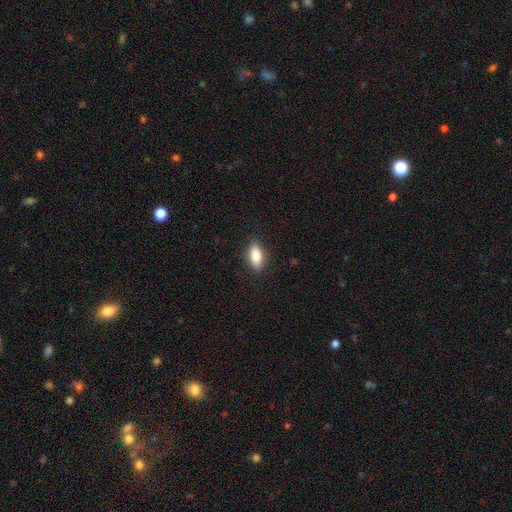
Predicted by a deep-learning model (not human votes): Smooth or featured?
  - smooth: 84% *
  - featured or disk: 10%
  - star or artifact: 7%
How rounded?
  - in between: 84% *
  - cigar-shaped: 12%
  - round: 4%
Merging?
  - none: 88% *
  - minor disturbance: 9%
  - major disturbance: 2%
  - merger: 1%